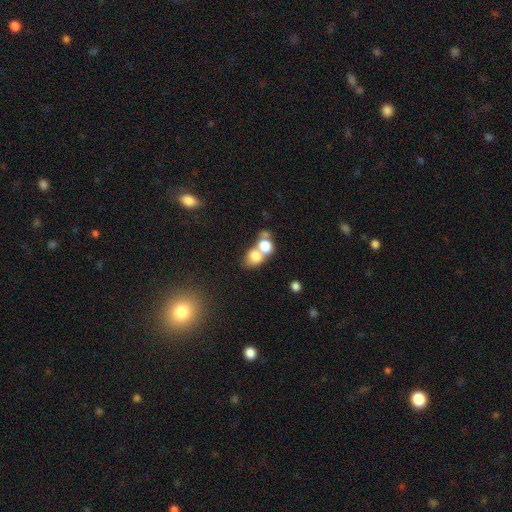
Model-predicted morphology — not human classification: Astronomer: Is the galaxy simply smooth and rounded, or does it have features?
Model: smooth — 73%.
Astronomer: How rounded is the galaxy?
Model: in between — 52% (runner-up: round, 46%).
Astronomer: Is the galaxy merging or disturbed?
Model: merger — 64%.